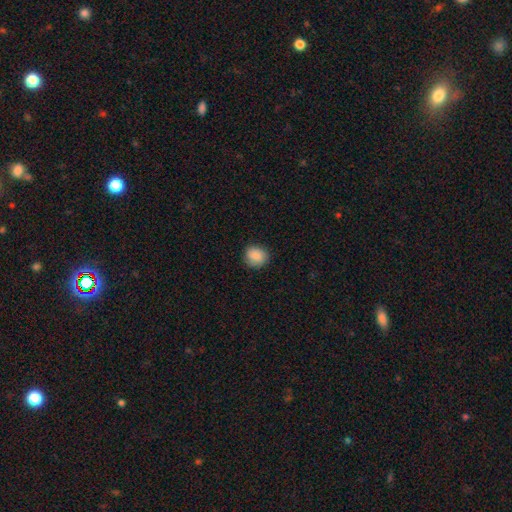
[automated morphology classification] smooth 87%, star or artifact 8%, featured or disk 5%. Down the decision tree: how rounded — round (77%); merging — none (85%).